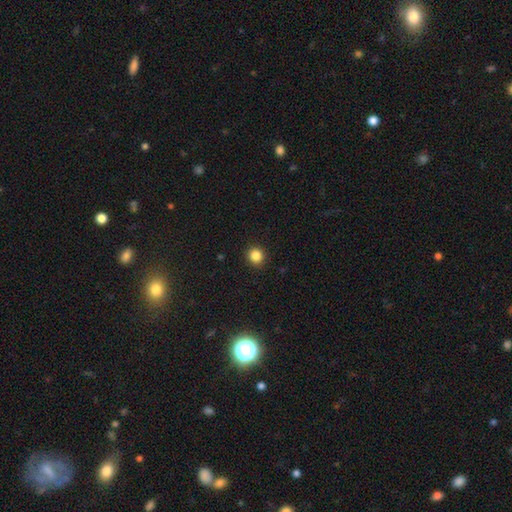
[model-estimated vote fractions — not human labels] Smooth or featured? Predicted: smooth (p=0.85). How rounded? Predicted: round (p=0.92). Merging? Predicted: none (p=0.93).